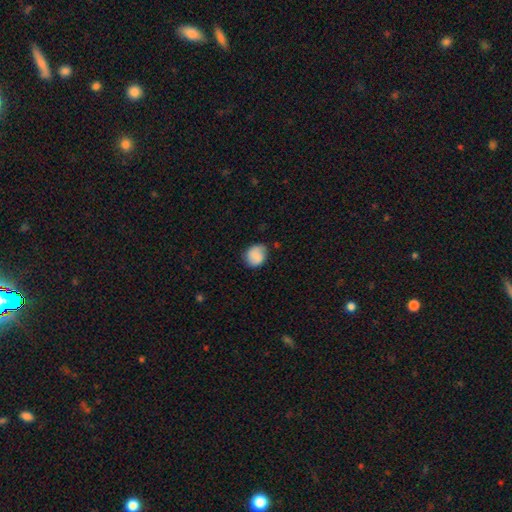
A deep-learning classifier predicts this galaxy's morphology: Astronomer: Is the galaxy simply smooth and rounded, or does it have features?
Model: smooth — 83%.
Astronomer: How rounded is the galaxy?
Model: round — 69%.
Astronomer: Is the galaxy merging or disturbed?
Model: none — 67%.